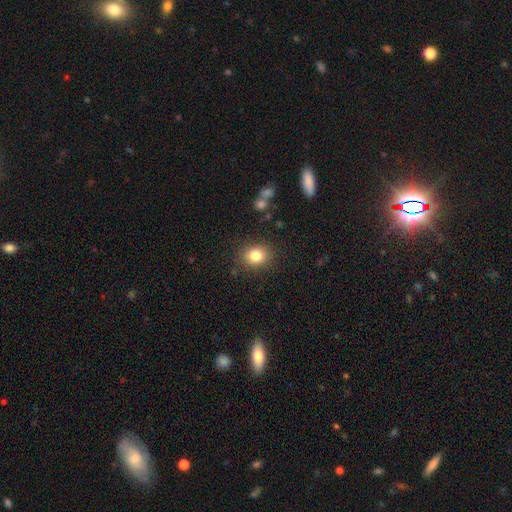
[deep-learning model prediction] This appears to be a smooth galaxy with no disk features (82%) that is round (64%). Merging: none (87%).